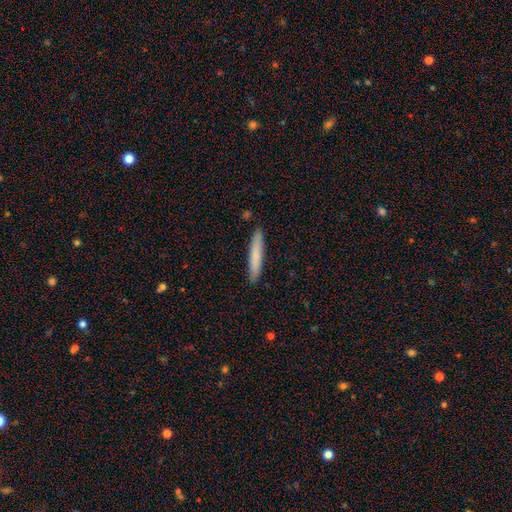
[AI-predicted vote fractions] Smooth or featured: smooth — 76% (featured or disk — 18%)
How rounded: cigar-shaped — 94% (in between — 5%)
Merging: none — 90% (minor disturbance — 7%)